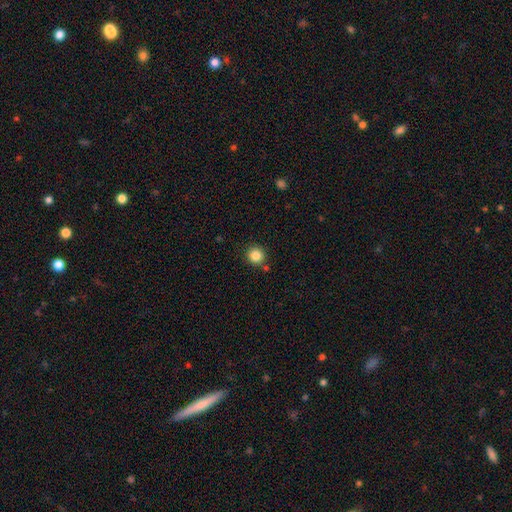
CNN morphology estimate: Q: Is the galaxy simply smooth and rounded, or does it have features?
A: smooth — 85%.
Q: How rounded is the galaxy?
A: round — 93%.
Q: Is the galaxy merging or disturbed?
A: none — 84%.